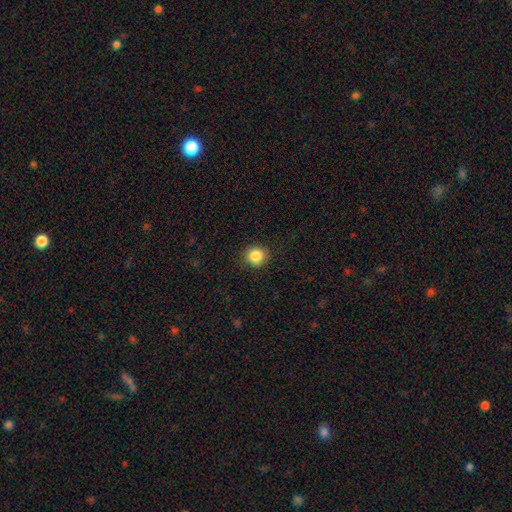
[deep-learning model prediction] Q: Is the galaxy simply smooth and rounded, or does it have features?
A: smooth — 86%.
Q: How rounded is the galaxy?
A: round — 88%.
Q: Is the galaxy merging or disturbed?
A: none — 90%.